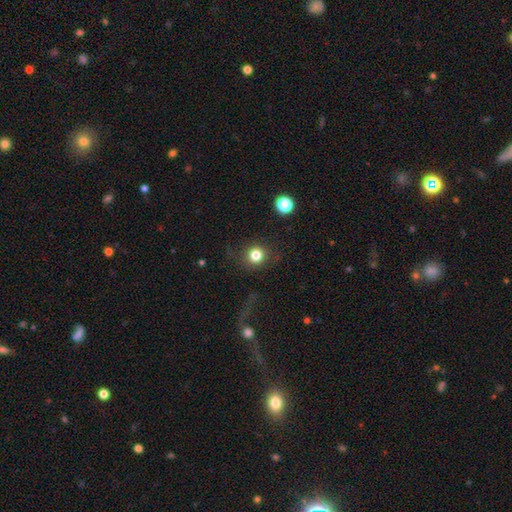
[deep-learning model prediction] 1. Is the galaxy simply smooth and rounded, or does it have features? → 78% smooth, 13% star or artifact, 9% featured or disk.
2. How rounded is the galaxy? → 90% round, 9% in between, 1% cigar-shaped.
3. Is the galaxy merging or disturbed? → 82% none, 9% minor disturbance, 8% major disturbance, 2% merger.